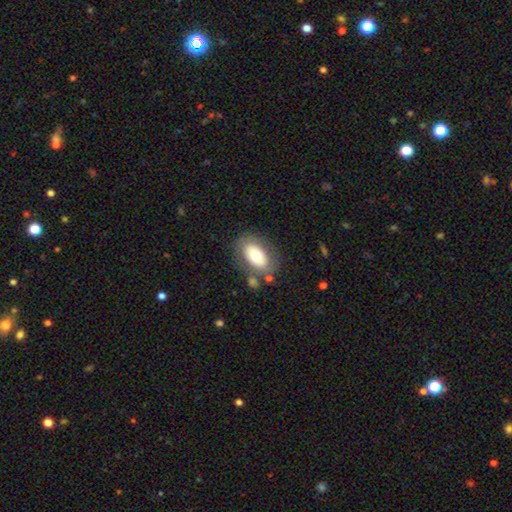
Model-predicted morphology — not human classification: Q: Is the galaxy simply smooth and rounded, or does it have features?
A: smooth — 66%.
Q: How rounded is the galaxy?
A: in between — 92%.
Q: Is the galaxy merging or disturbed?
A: none — 73%.